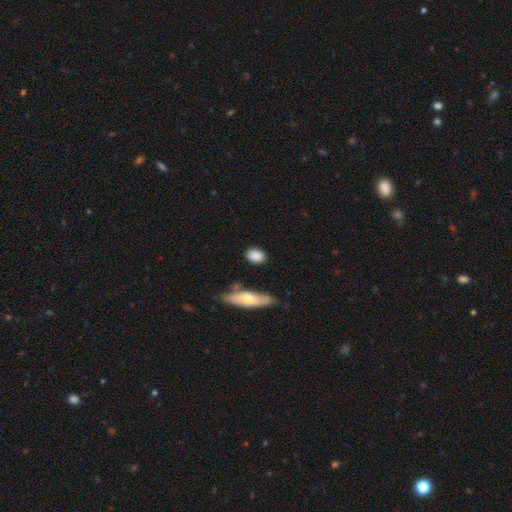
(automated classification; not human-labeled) A smooth galaxy with no disk features (85%) that is in between round and cigar-shaped (64%). Merging: none (80%).